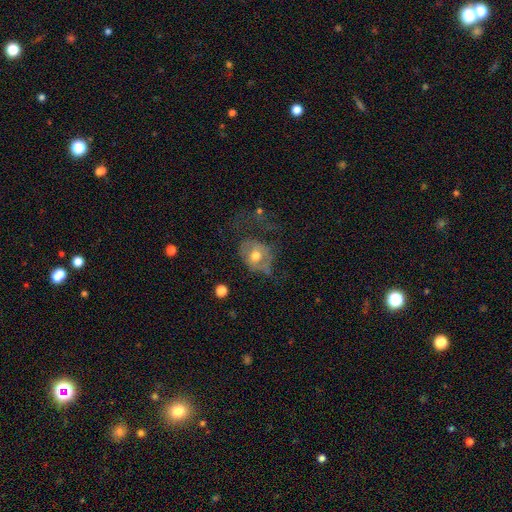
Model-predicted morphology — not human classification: A smooth galaxy with no disk features (47%). Merging: major disturbance (45%).